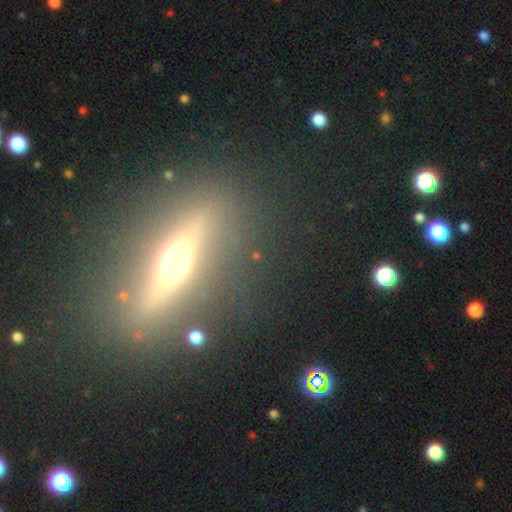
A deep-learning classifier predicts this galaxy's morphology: smooth_or_featured: featured or disk (p=0.43) [alt: smooth p=0.30]
merging: none (p=0.84) [alt: minor disturbance p=0.08]